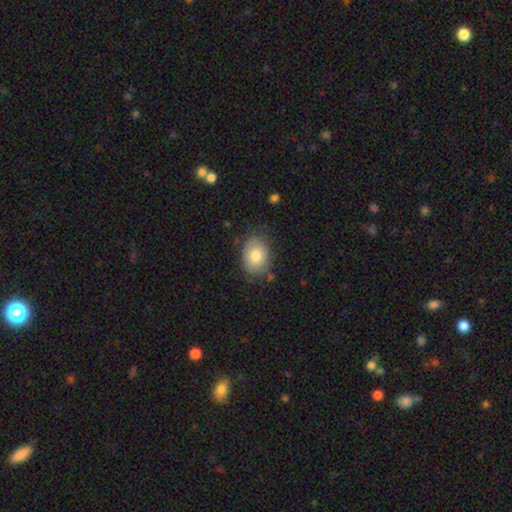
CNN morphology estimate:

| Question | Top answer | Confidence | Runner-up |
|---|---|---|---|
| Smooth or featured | smooth | 79% | featured or disk (14%) |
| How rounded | in between | 69% | round (30%) |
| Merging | none | 74% | minor disturbance (20%) |